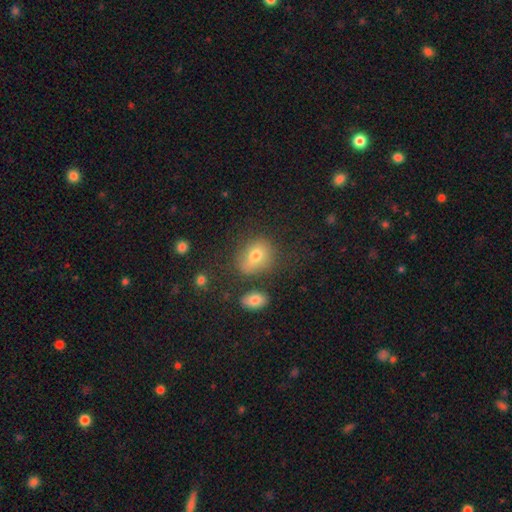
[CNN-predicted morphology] Q: Smooth or featured?
A: smooth (72%); runner-up: featured or disk (15%)
Q: How rounded?
A: round (51%); runner-up: in between (48%)
Q: Merging?
A: none (61%); runner-up: minor disturbance (21%)